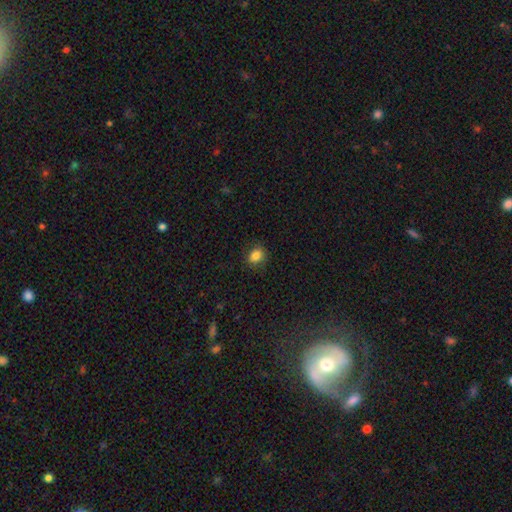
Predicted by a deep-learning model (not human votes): Smooth or featured: smooth — 85% (star or artifact — 11%)
How rounded: round — 58% (in between — 41%)
Merging: none — 84% (minor disturbance — 12%)